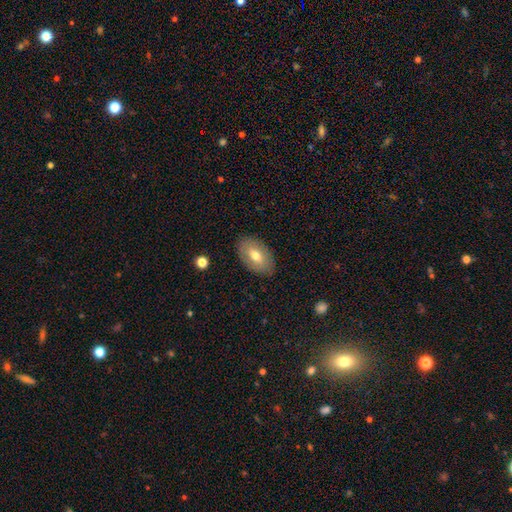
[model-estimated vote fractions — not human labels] smooth_or_featured: smooth (p=0.64) [alt: featured or disk p=0.29]
how_rounded: in between (p=0.91) [alt: round p=0.07]
merging: none (p=0.85) [alt: minor disturbance p=0.11]